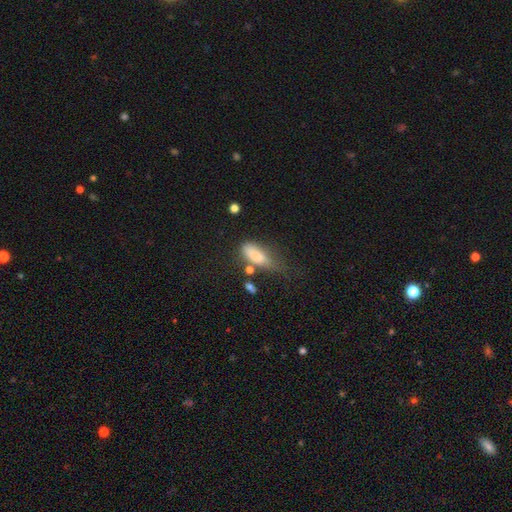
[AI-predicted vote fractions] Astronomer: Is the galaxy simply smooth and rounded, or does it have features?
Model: smooth — 79%.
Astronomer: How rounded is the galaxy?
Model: in between — 76%.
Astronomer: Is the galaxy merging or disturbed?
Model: minor disturbance — 33% (runner-up: none, 30%).